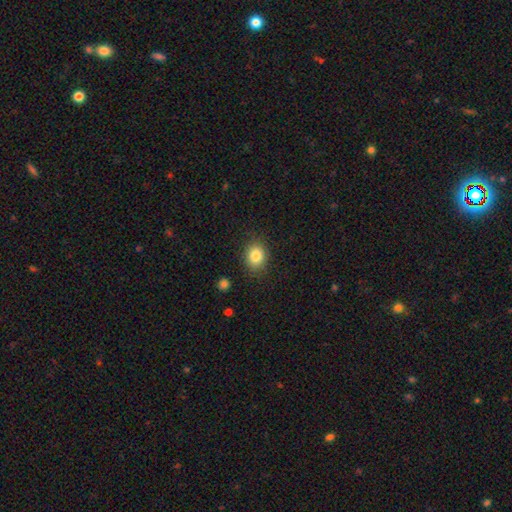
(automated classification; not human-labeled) Morphology: type=smooth (84%); roundness=in between (50%); merging=none (86%).